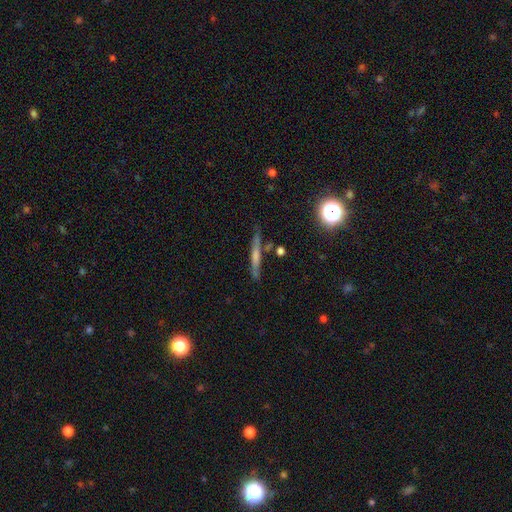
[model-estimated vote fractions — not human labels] featured or disk 49%, smooth 38%, star or artifact 13%. Down the decision tree: merging — none (81%).